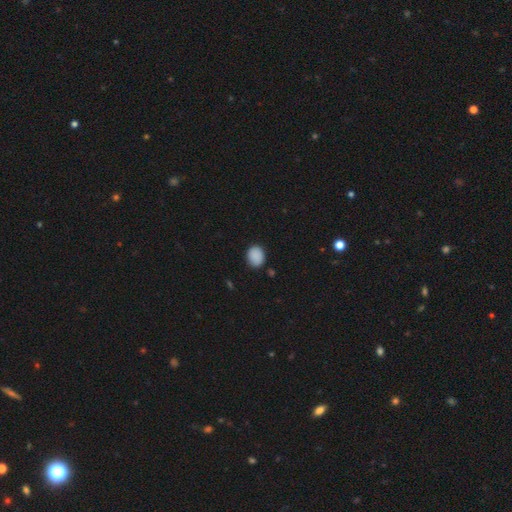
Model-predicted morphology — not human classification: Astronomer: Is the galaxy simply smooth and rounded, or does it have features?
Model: smooth — 89%.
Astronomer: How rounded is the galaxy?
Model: round — 52% (runner-up: in between, 47%).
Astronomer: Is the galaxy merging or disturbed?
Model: none — 86%.